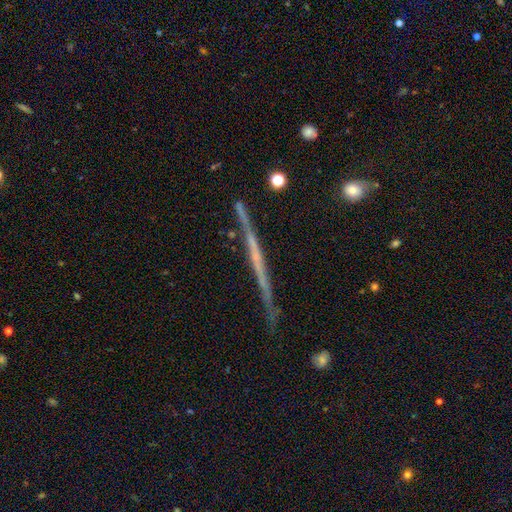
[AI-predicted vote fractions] The model was most divided on "smooth or featured": featured or disk: 70%, smooth: 22%, star or artifact: 8%. More confident: edge-on disk — yes (97%); merging — none (85%); edge-on bulge — none (81%).